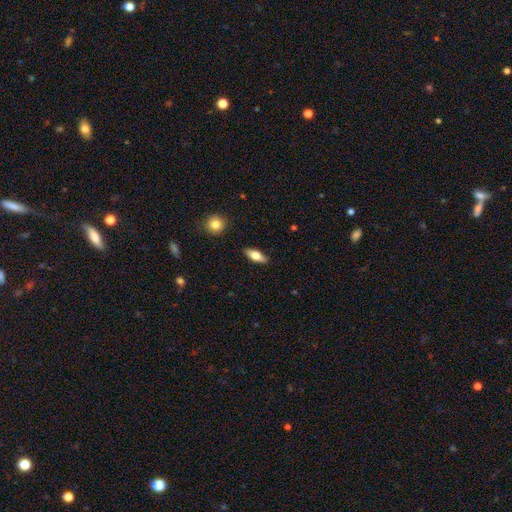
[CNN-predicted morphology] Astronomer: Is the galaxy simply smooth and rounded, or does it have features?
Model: smooth — 66%.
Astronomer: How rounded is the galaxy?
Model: in between — 73%.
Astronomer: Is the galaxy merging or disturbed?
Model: none — 88%.